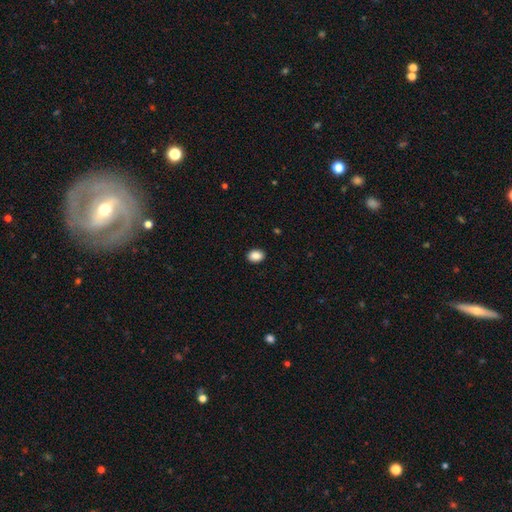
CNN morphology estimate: smooth_or_featured: smooth (p=0.88) [alt: star or artifact p=0.08]
how_rounded: in between (p=0.63) [alt: round p=0.36]
merging: none (p=0.91) [alt: minor disturbance p=0.06]